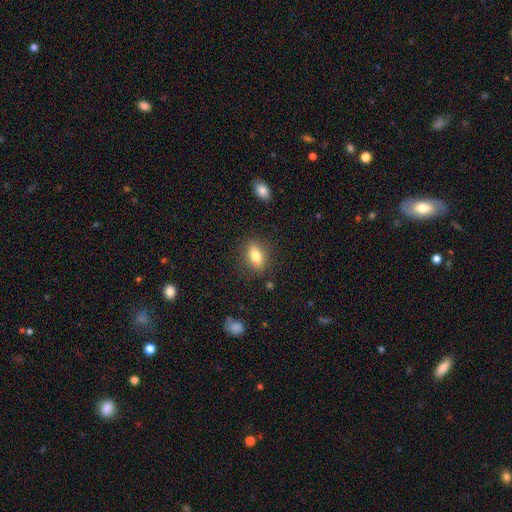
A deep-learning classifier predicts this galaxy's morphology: A smooth galaxy with no disk features (77%) that is in between round and cigar-shaped (78%).

Vote fractions:
- Smooth or featured? smooth: 77% / featured or disk: 15% / star or artifact: 8%
- How rounded? in between: 78% / cigar-shaped: 11% / round: 11%
- Merging? none: 84% / minor disturbance: 11% / major disturbance: 3% / merger: 2%